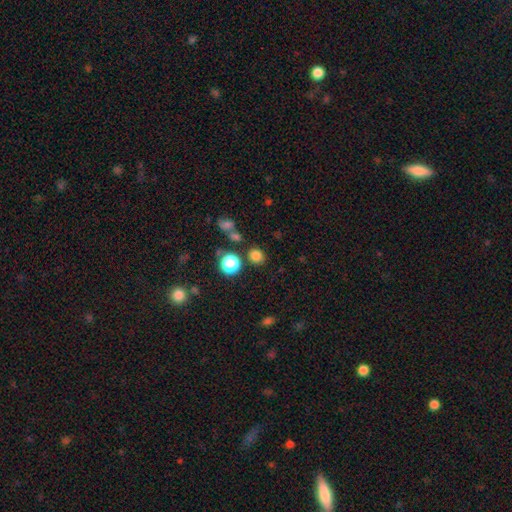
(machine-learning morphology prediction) A smooth galaxy with no disk features (78%) that is round (81%). Merging: none (81%).